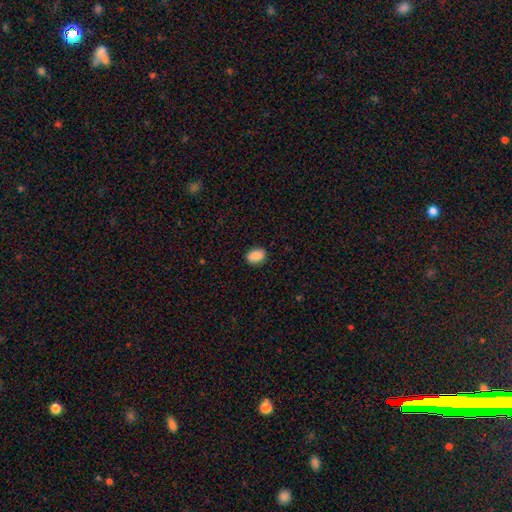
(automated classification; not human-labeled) smooth 87%, star or artifact 8%, featured or disk 5%. Down the decision tree: how rounded — in between (74%); merging — none (87%).